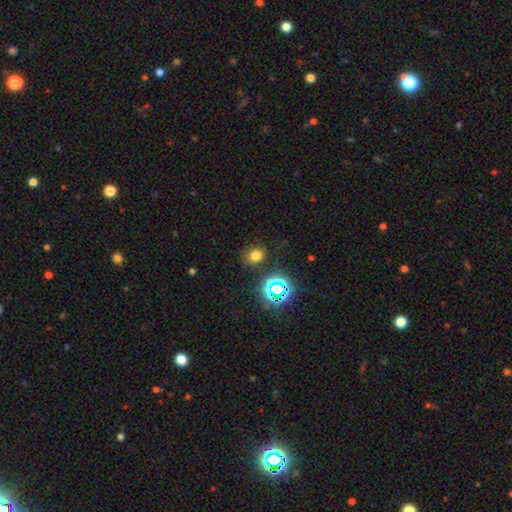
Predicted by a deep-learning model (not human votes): The model was most divided on "how rounded": round: 58%, in between: 41%, cigar-shaped: 1%. More confident: merging — none (83%); smooth or featured — smooth (71%).